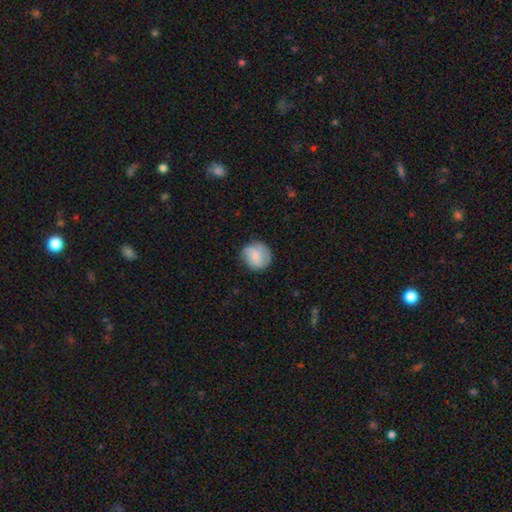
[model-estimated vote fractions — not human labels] Smooth or featured? Predicted: smooth (p=0.74). How rounded? Predicted: round (p=0.86). Merging? Predicted: none (p=0.76).